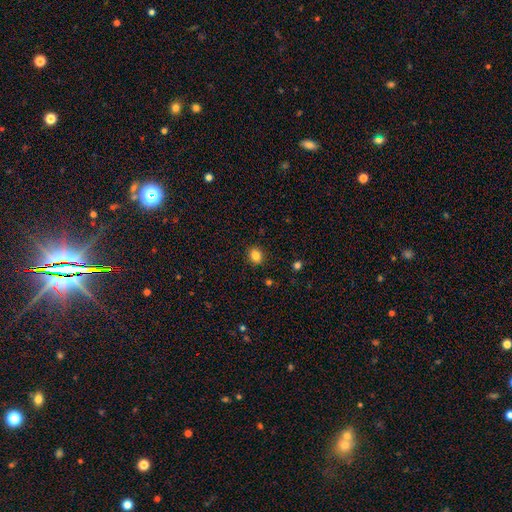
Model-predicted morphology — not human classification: A smooth galaxy with no disk features (84%) that is round (54%).

Vote fractions:
- Smooth or featured? smooth: 84% / star or artifact: 11% / featured or disk: 5%
- How rounded? round: 54% / in between: 45% / cigar-shaped: 1%
- Merging? none: 89% / minor disturbance: 8% / major disturbance: 2% / merger: 1%